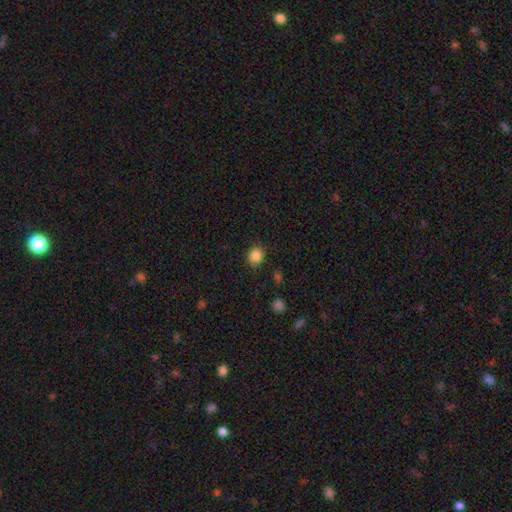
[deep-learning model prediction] A smooth galaxy with no disk features (85%) that is round (77%).

Vote fractions:
- Smooth or featured? smooth: 85% / star or artifact: 11% / featured or disk: 4%
- How rounded? round: 77% / in between: 22% / cigar-shaped: 1%
- Merging? none: 87% / minor disturbance: 9% / major disturbance: 3% / merger: 2%